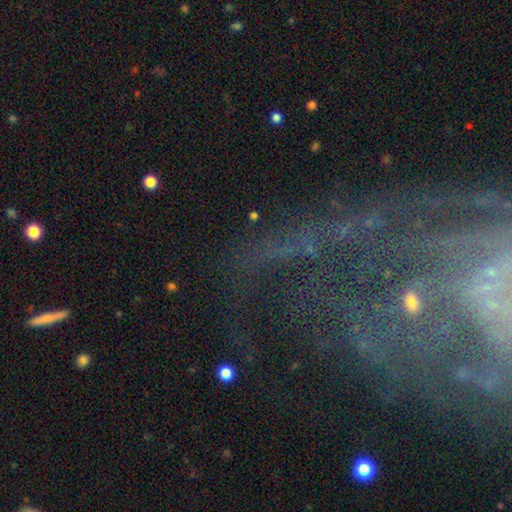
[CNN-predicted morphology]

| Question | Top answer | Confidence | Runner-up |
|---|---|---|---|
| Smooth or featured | featured or disk | 63% | star or artifact (24%) |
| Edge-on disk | no | 90% | yes (10%) |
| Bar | no | 51% | weak (27%) |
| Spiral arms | yes | 81% | no (19%) |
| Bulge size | small | 63% | moderate (21%) |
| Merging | none | 65% | minor disturbance (15%) |